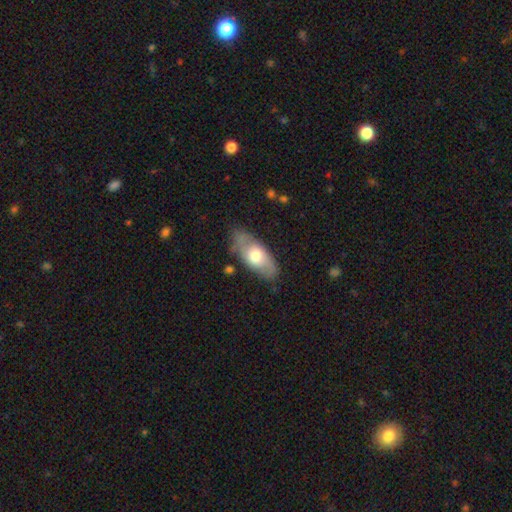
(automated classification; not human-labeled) Overall: smooth (51%; featured or disk 43%). How rounded: in between (86%). Merging: none (77%).